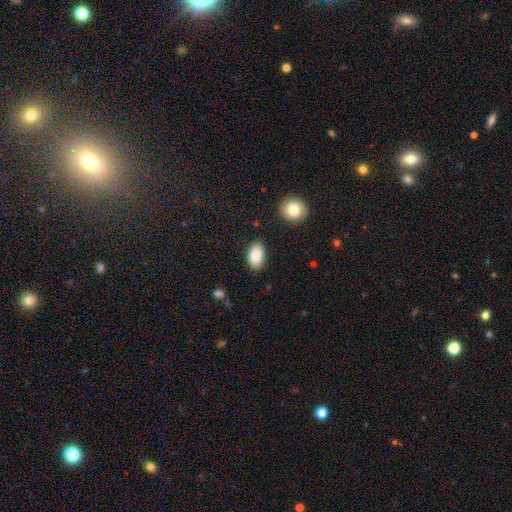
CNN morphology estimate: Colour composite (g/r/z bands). It shows a smooth galaxy with no disk features (88%) that is in between round and cigar-shaped (93%). Merging: none (84%).